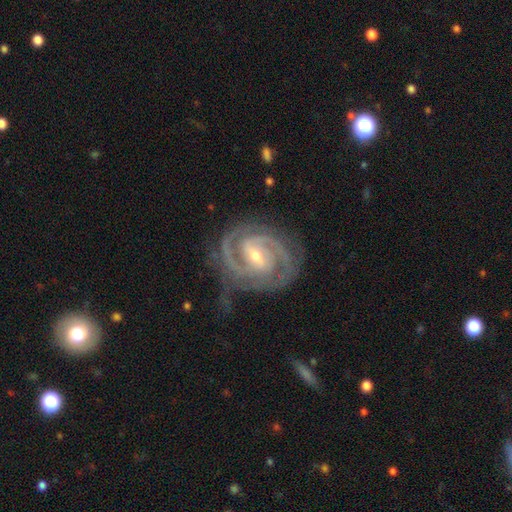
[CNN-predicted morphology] Smooth or featured? featured or disk (93%)
Edge-on disk? no (97%)
Bar? weak (45%)
Spiral arms? yes (98%)
Spiral winding? tight (67%)
Spiral arm count? 2 (68%)
Bulge size? small (55%)
Merging? none (69%)